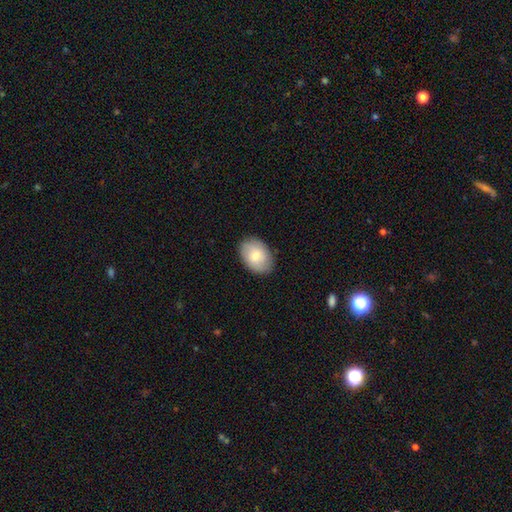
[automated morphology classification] Overall: smooth (72%). How rounded: in between (79%). Merging: none (85%).